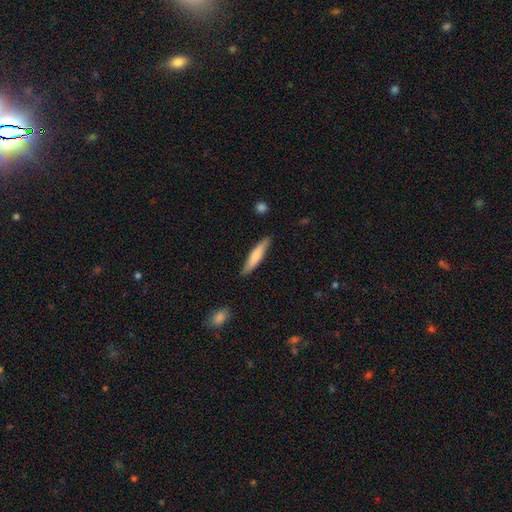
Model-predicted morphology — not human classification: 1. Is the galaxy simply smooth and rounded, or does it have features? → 67% smooth, 27% featured or disk, 5% star or artifact.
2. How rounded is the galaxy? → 86% cigar-shaped, 13% in between, 1% round.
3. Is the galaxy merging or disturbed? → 84% none, 12% minor disturbance, 2% major disturbance, 2% merger.